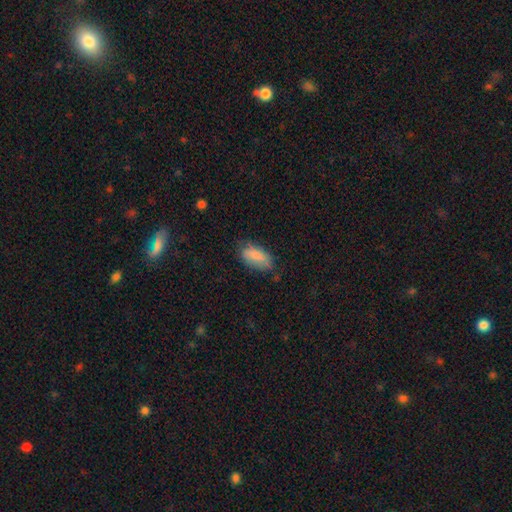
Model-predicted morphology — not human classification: The model was most divided on "merging": none: 62%, minor disturbance: 29%, major disturbance: 8%, merger: 2%. More confident: how rounded — in between (90%); smooth or featured — smooth (83%).